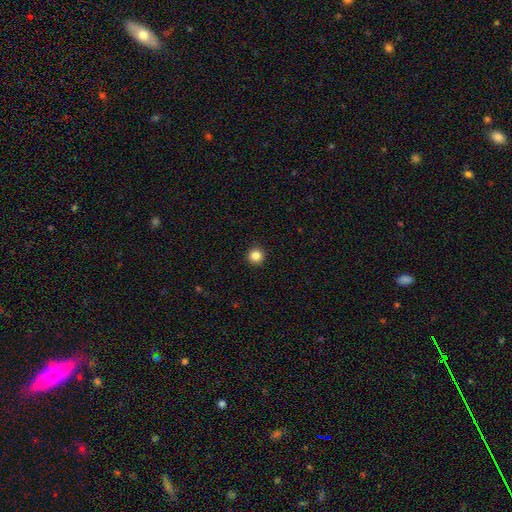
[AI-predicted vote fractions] Q: Smooth or featured?
A: smooth (85%); runner-up: star or artifact (11%)
Q: How rounded?
A: round (95%); runner-up: in between (4%)
Q: Merging?
A: none (93%); runner-up: minor disturbance (4%)